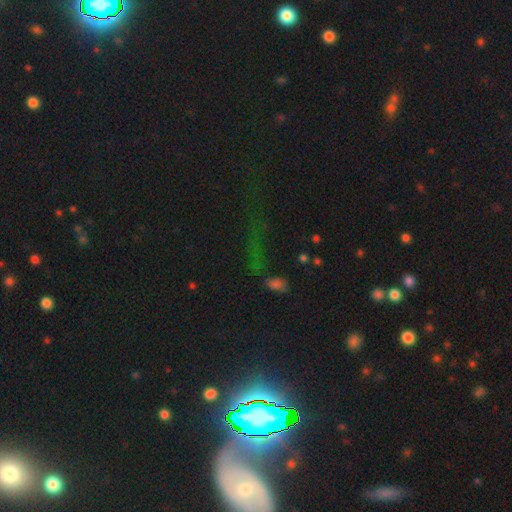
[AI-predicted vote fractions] This is likely a star or artifact rather than a galaxy (69%).